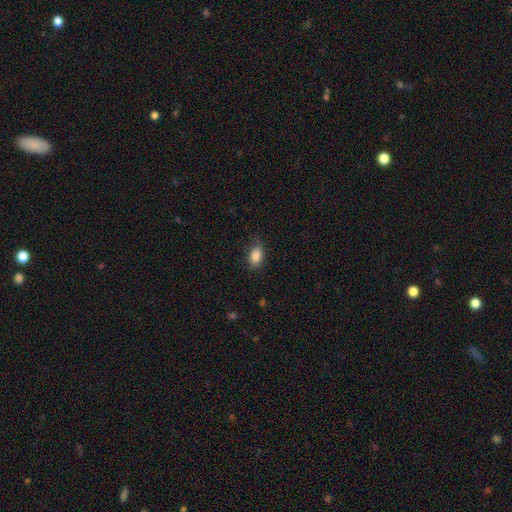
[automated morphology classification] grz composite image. It shows a smooth galaxy with no disk features (87%) that is in between round and cigar-shaped (89%). Merging: none (82%).